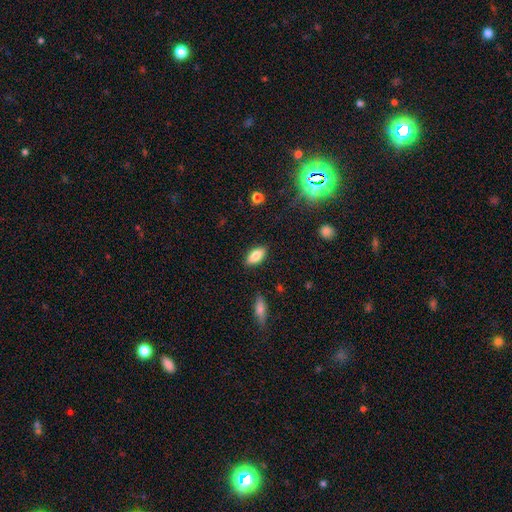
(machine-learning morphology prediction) A smooth galaxy with no disk features (80%) that is in between round and cigar-shaped (85%). Merging: none (87%).